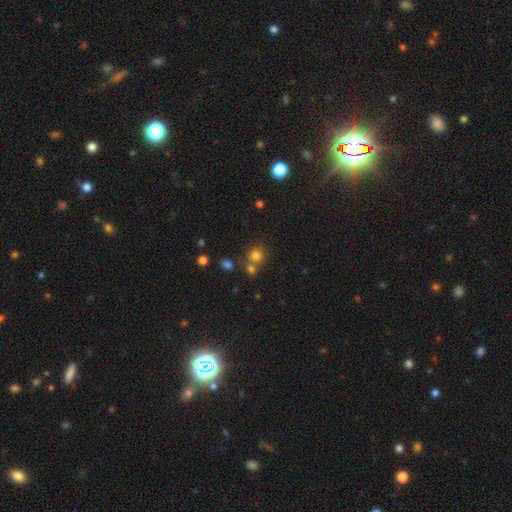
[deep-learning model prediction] Smooth or featured: smooth — 76% (star or artifact — 17%)
How rounded: round — 87% (in between — 12%)
Merging: none — 62% (merger — 26%)